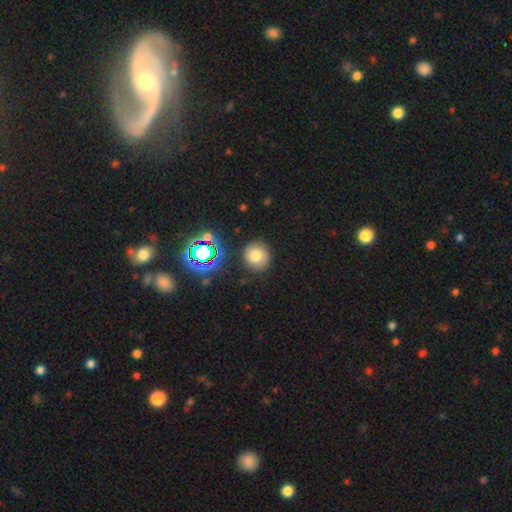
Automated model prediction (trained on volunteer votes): Smooth or featured?
  - smooth: 72% *
  - star or artifact: 15%
  - featured or disk: 13%
How rounded?
  - round: 89% *
  - in between: 10%
  - cigar-shaped: 1%
Merging?
  - none: 85% *
  - minor disturbance: 10%
  - major disturbance: 3%
  - merger: 2%